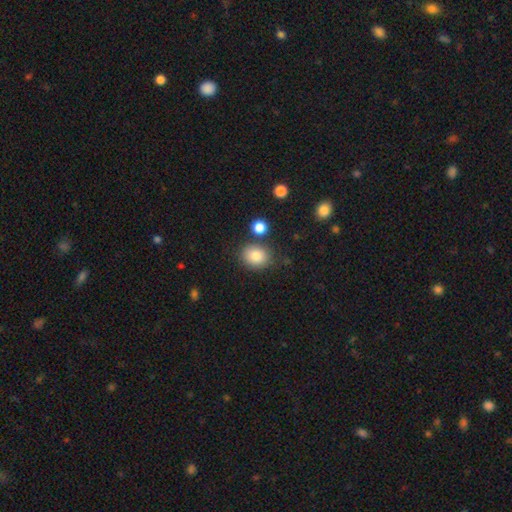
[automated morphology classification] Overall: smooth (84%). How rounded: round (63%; in between 36%). Merging: none (77%).